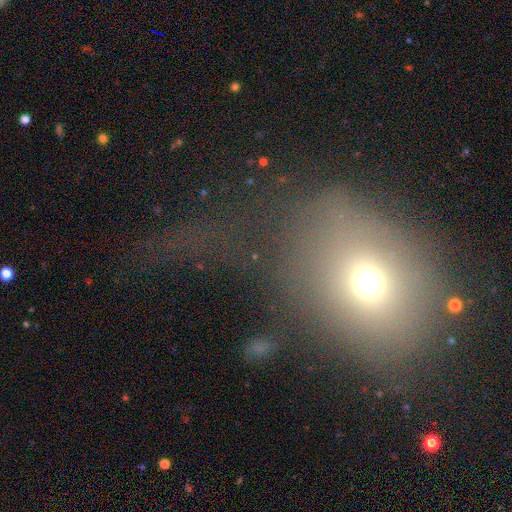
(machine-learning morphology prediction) type=smooth (59%); roundness=round (52%); merging=major disturbance (39%).